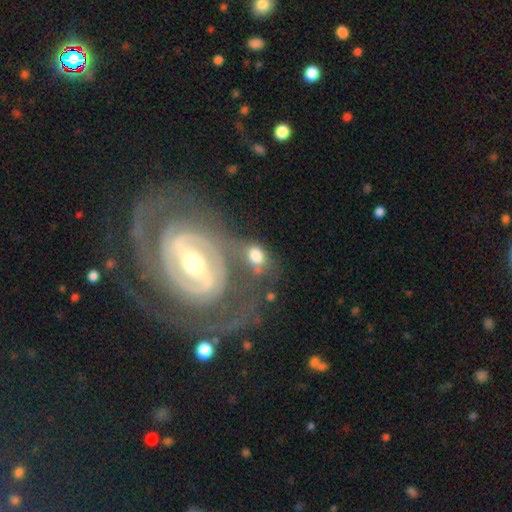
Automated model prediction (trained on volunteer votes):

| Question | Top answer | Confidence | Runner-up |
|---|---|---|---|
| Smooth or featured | smooth | 48% | featured or disk (41%) |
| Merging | merger | 39% | none (30%) |